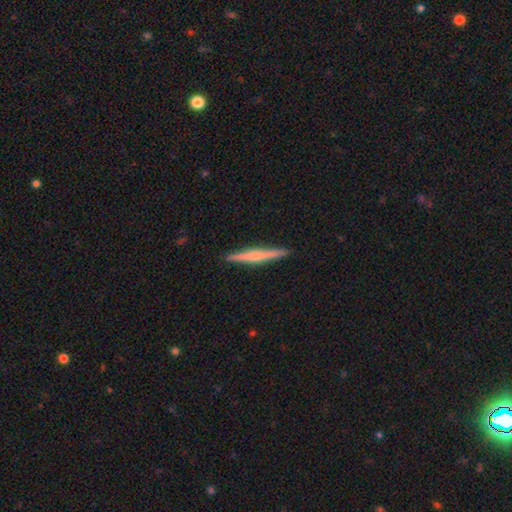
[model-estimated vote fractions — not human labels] Overall: featured or disk (56%; smooth 38%). Edge-on disk: yes (98%). Edge-on bulge: rounded (54%; none 32%). Merging: none (92%).